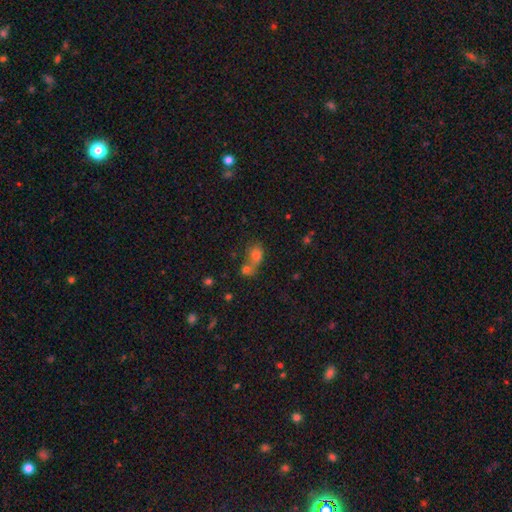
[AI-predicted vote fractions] Q: Smooth or featured?
A: smooth (69%); runner-up: star or artifact (19%)
Q: How rounded?
A: in between (58%); runner-up: round (39%)
Q: Merging?
A: merger (55%); runner-up: none (30%)